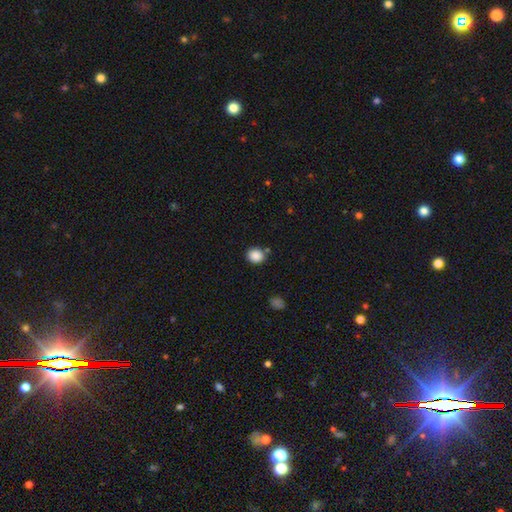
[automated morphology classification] Smooth or featured? Predicted: smooth (p=0.88). How rounded? Predicted: round (p=0.76). Merging? Predicted: none (p=0.79).